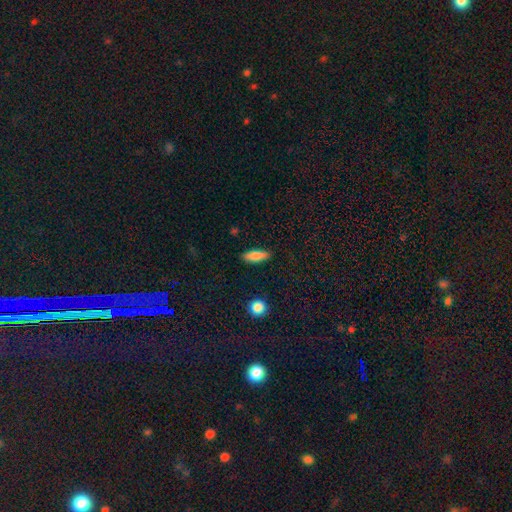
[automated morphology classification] A smooth galaxy with no disk features (83%) that is in between round and cigar-shaped (58%).

Vote fractions:
- Smooth or featured? smooth: 83% / featured or disk: 10% / star or artifact: 7%
- How rounded? in between: 58% / cigar-shaped: 40% / round: 3%
- Merging? none: 88% / minor disturbance: 9% / major disturbance: 2% / merger: 1%